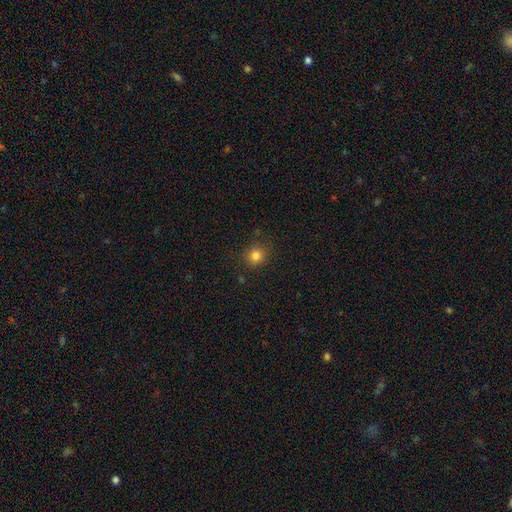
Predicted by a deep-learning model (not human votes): Smooth or featured: smooth — 82% (star or artifact — 13%)
How rounded: round — 85% (in between — 14%)
Merging: none — 85% (minor disturbance — 10%)